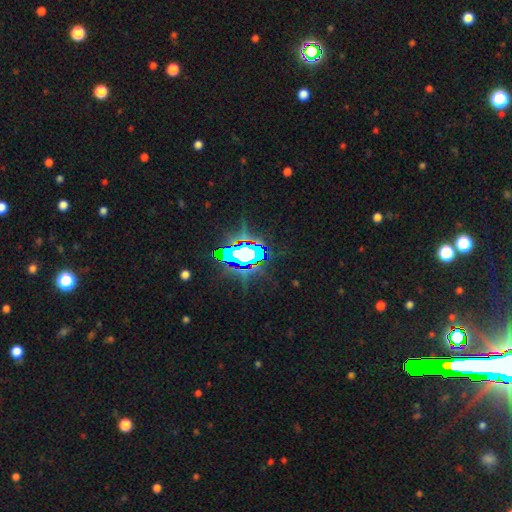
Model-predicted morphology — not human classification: Overall: star or artifact (72%).